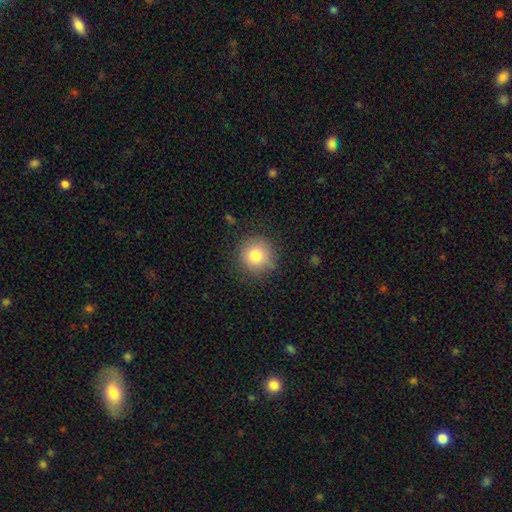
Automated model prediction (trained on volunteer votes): Smooth or featured?
  - smooth: 81% *
  - star or artifact: 10%
  - featured or disk: 9%
How rounded?
  - round: 94% *
  - in between: 5%
  - cigar-shaped: 1%
Merging?
  - none: 86% *
  - minor disturbance: 10%
  - major disturbance: 3%
  - merger: 1%